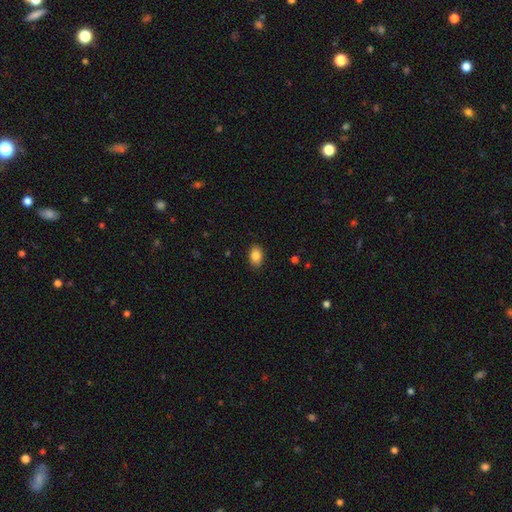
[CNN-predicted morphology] This appears to be a smooth galaxy with no disk features (86%) that is in between round and cigar-shaped (84%). Merging: none (89%).